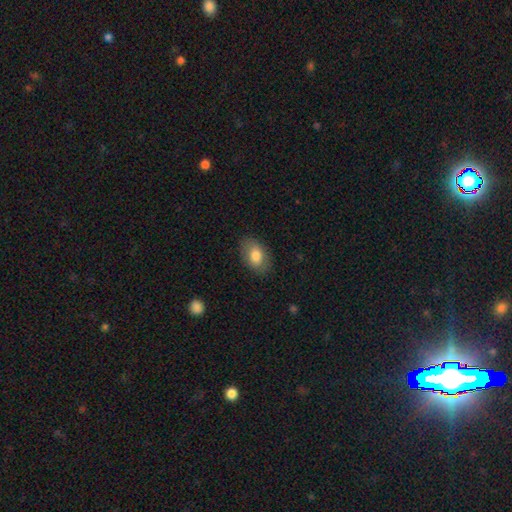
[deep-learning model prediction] smooth_or_featured: smooth (p=0.79) [alt: featured or disk p=0.13]
how_rounded: in between (p=0.88) [alt: round p=0.11]
merging: none (p=0.84) [alt: minor disturbance p=0.12]